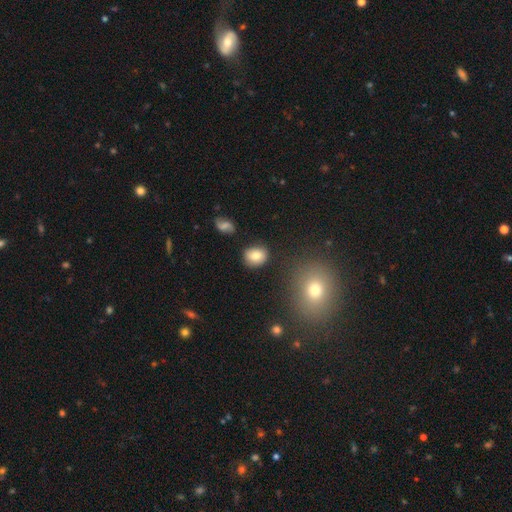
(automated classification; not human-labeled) Smooth or featured? smooth (80%)
How rounded? round (58%)
Merging? none (84%)